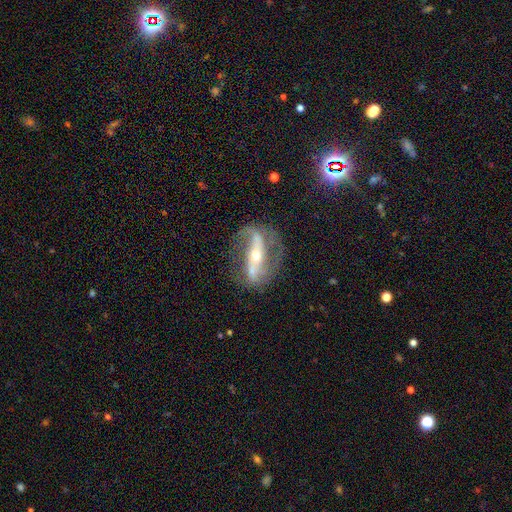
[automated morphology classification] featured or disk 87%, smooth 8%, star or artifact 6%. Down the decision tree: edge-on disk — no (88%); bar — strong (68%); spiral arms — yes (89%); spiral arm count — 2 (89%); spiral winding — medium (41%); bulge size — small (52%); merging — none (72%).